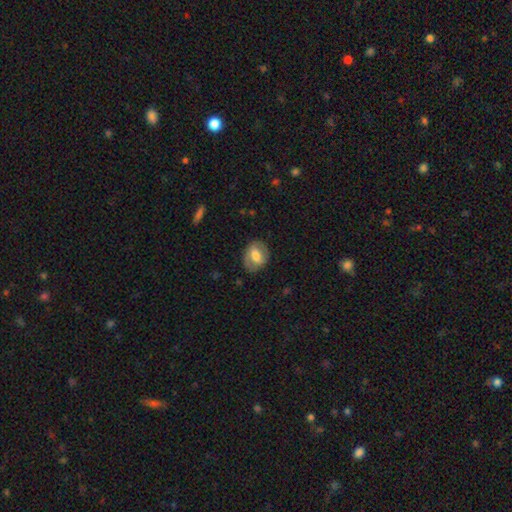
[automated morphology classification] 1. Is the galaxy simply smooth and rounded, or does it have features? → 57% smooth, 37% featured or disk, 7% star or artifact.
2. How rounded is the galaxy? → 68% in between, 30% round, 2% cigar-shaped.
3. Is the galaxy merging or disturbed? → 78% none, 15% minor disturbance, 6% major disturbance, 1% merger.